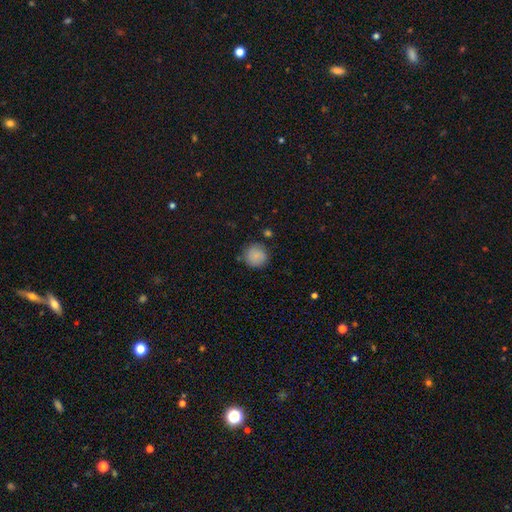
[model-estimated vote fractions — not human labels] Smooth or featured? smooth (82%)
How rounded? round (91%)
Merging? none (78%)